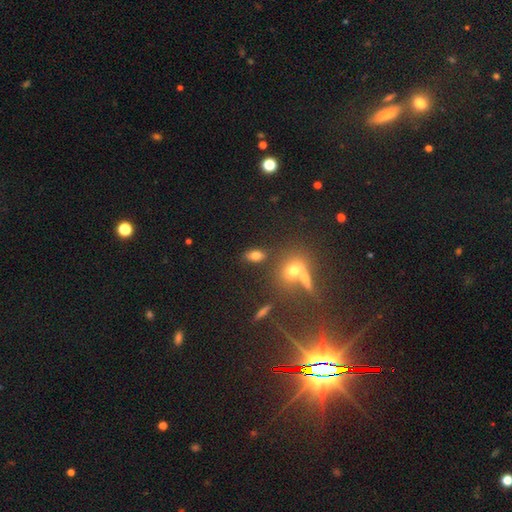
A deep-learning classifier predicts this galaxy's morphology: smooth_or_featured: smooth (p=0.74) [alt: star or artifact p=0.14]
how_rounded: in between (p=0.82) [alt: round p=0.14]
merging: none (p=0.74) [alt: merger p=0.11]